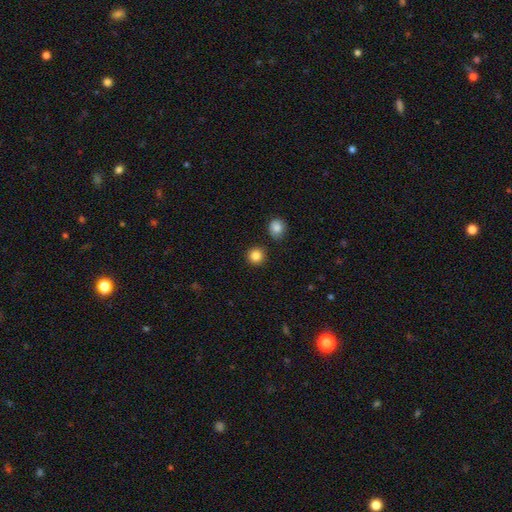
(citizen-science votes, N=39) Overall: smooth (87%). How rounded: round (100%). Merging: none (86%).